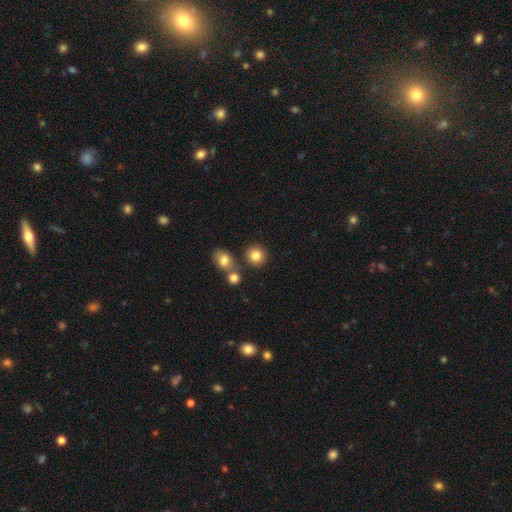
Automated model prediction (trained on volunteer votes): smooth-or-featured: smooth: 82% | star or artifact: 11% | featured or disk: 7%
  how-rounded: round: 86% | in between: 14% | cigar-shaped: 1%
  merging: none: 75% | merger: 13% | minor disturbance: 8% | major disturbance: 3%